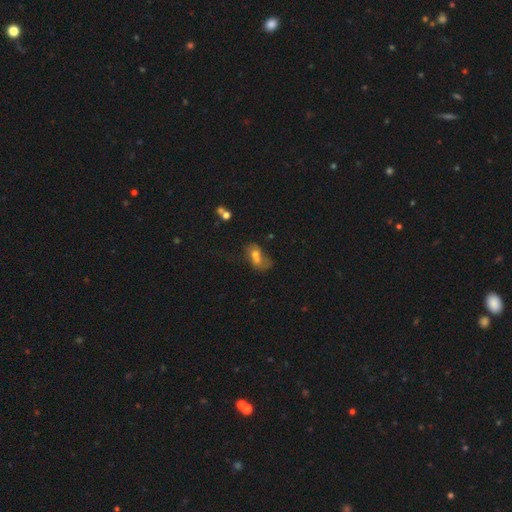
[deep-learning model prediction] A smooth galaxy with no disk features (56%) that is in between round and cigar-shaped (78%).

Vote fractions:
- Smooth or featured? smooth: 56% / featured or disk: 30% / star or artifact: 14%
- How rounded? in between: 78% / round: 18% / cigar-shaped: 4%
- Merging? merger: 42% / major disturbance: 22% / none: 21% / minor disturbance: 15%